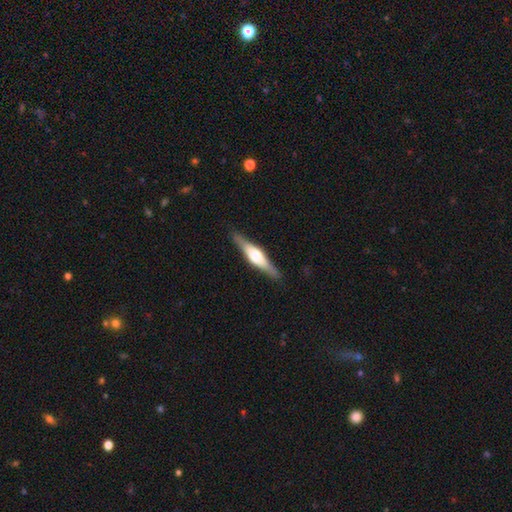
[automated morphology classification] Smooth or featured?
  - featured or disk: 69% *
  - smooth: 26%
  - star or artifact: 5%
Edge-on disk?
  - yes: 97% *
  - no: 3%
Edge-on bulge?
  - rounded: 87% *
  - boxy: 11%
  - none: 2%
Merging?
  - none: 89% *
  - minor disturbance: 8%
  - major disturbance: 2%
  - merger: 1%